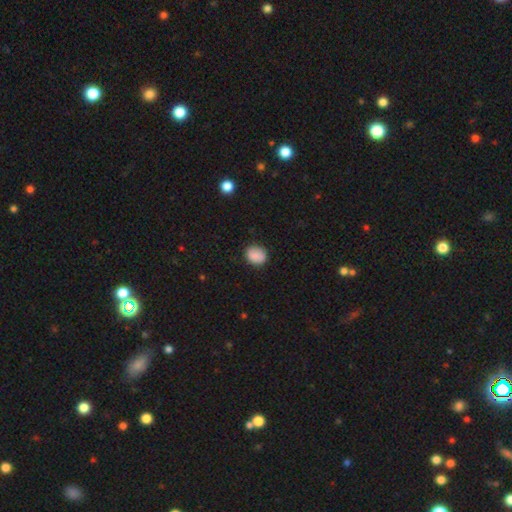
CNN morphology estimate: Q: Smooth or featured?
A: smooth (82%); runner-up: featured or disk (10%)
Q: How rounded?
A: round (66%); runner-up: in between (33%)
Q: Merging?
A: none (81%); runner-up: minor disturbance (15%)